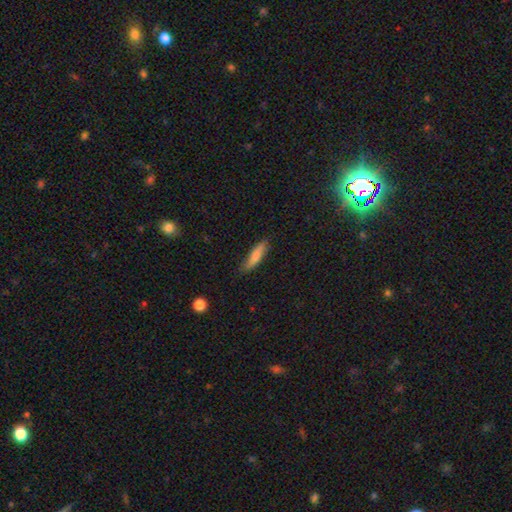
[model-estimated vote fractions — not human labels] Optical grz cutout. It shows a smooth galaxy with no disk features (76%) that is cigar-shaped (70%). Merging: none (75%).